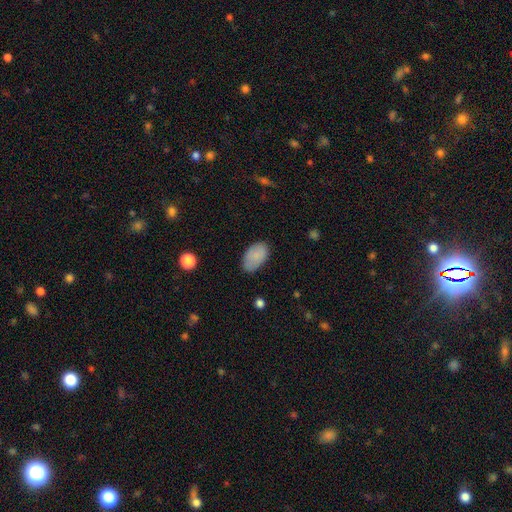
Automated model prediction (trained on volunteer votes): Morphology: type=smooth (86%); roundness=in between (94%); merging=none (77%).